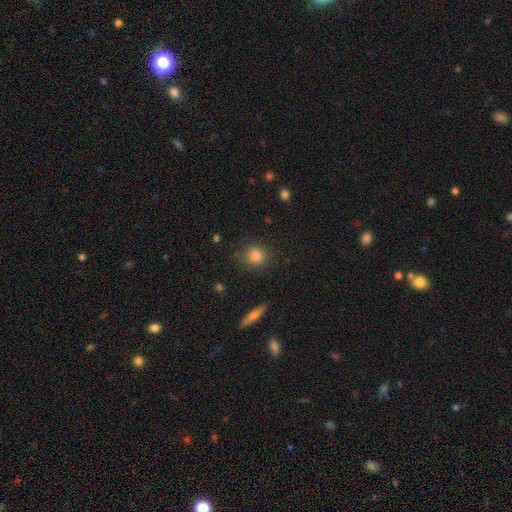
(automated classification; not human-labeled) smooth_or_featured: smooth (p=0.83) [alt: star or artifact p=0.11]
how_rounded: round (p=0.82) [alt: in between p=0.16]
merging: none (p=0.81) [alt: minor disturbance p=0.13]